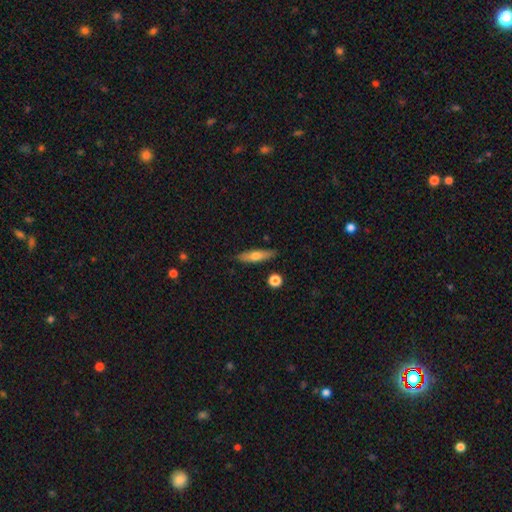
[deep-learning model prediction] Morphology: type=smooth (60%); roundness=cigar-shaped (69%); merging=none (85%).